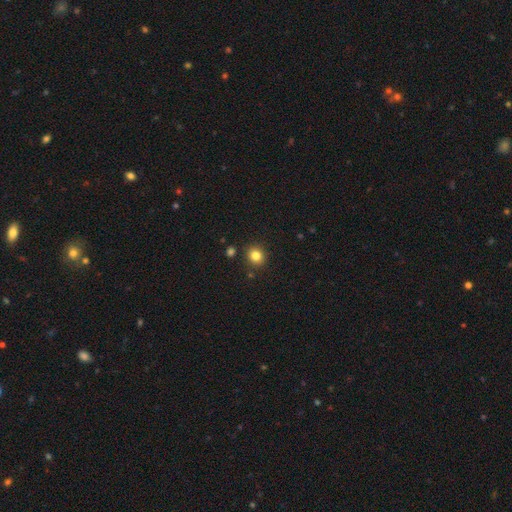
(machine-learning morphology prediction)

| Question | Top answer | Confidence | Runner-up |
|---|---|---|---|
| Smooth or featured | smooth | 82% | star or artifact (12%) |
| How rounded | round | 84% | in between (15%) |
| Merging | none | 88% | minor disturbance (7%) |